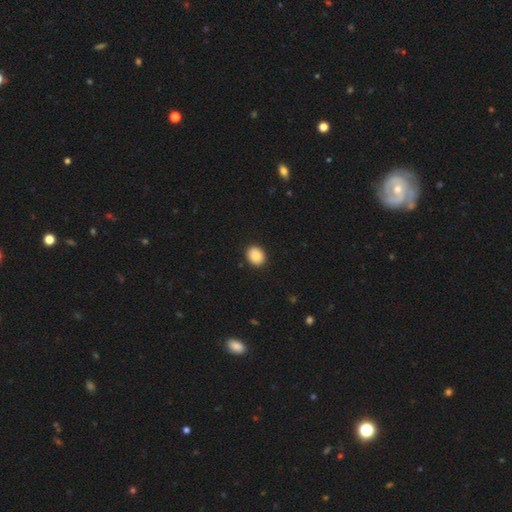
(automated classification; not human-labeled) This appears to be a smooth galaxy with no disk features (88%) that is round (57%). Merging: none (90%).